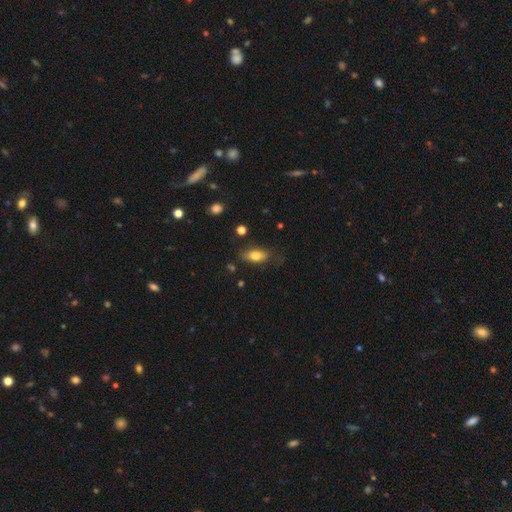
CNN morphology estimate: The model was most divided on "merging": none: 66%, minor disturbance: 23%, major disturbance: 9%, merger: 2%. More confident: how rounded — in between (85%); smooth or featured — smooth (76%).